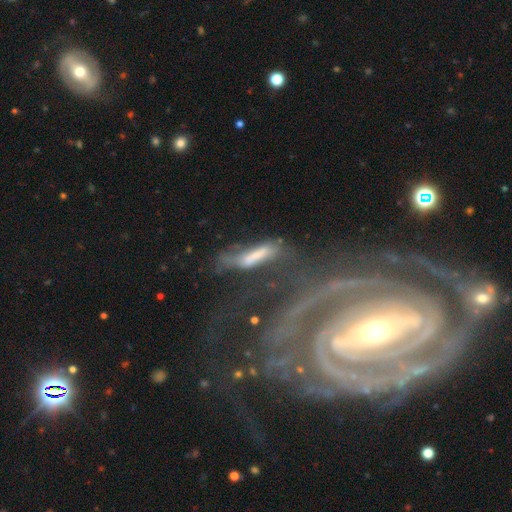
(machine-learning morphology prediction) This is possibly a smooth galaxy (50%). How rounded: likely cigar-shaped (73%). Merging: marginally major disturbance (36%).